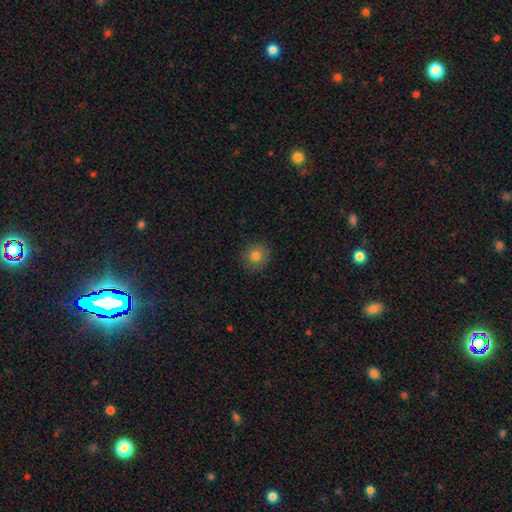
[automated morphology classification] Q: Smooth or featured?
A: smooth (81%); runner-up: star or artifact (11%)
Q: How rounded?
A: round (90%); runner-up: in between (9%)
Q: Merging?
A: none (88%); runner-up: minor disturbance (9%)